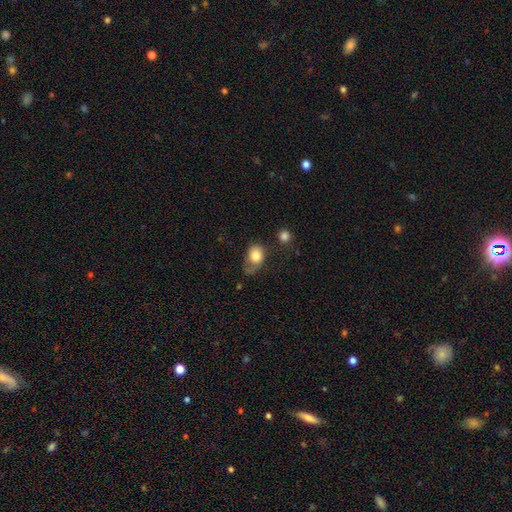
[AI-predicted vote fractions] Smooth or featured? Predicted: smooth (p=0.79). How rounded? Predicted: in between (p=0.56). Merging? Predicted: none (p=0.34).